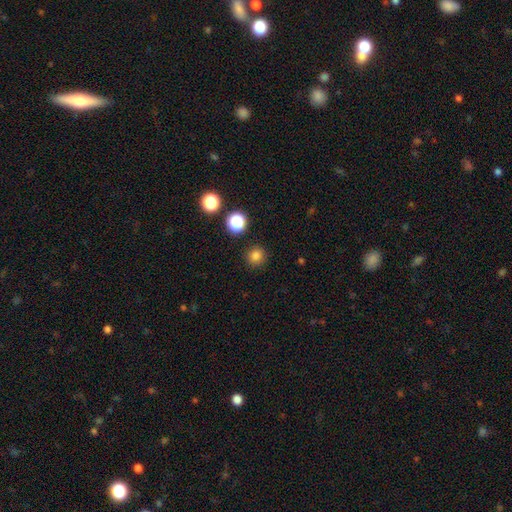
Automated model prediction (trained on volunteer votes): Smooth or featured? Predicted: smooth (p=0.80). How rounded? Predicted: round (p=0.93). Merging? Predicted: none (p=0.91).